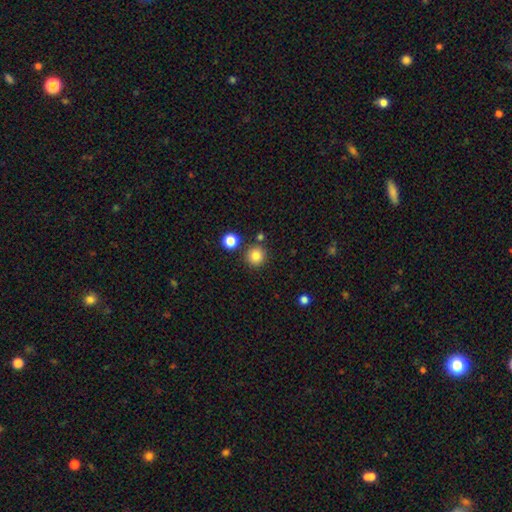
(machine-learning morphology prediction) Q: Smooth or featured?
A: smooth (83%); runner-up: star or artifact (12%)
Q: How rounded?
A: round (94%); runner-up: in between (5%)
Q: Merging?
A: none (84%); runner-up: merger (7%)